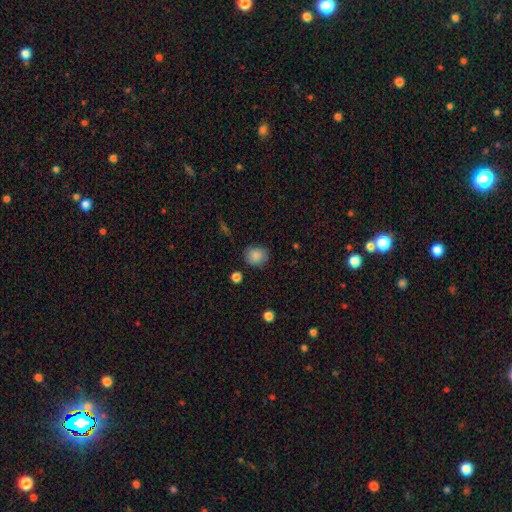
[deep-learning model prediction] This is clearly a smooth galaxy (86%). How rounded: likely round (68%). Merging: clearly none (81%).